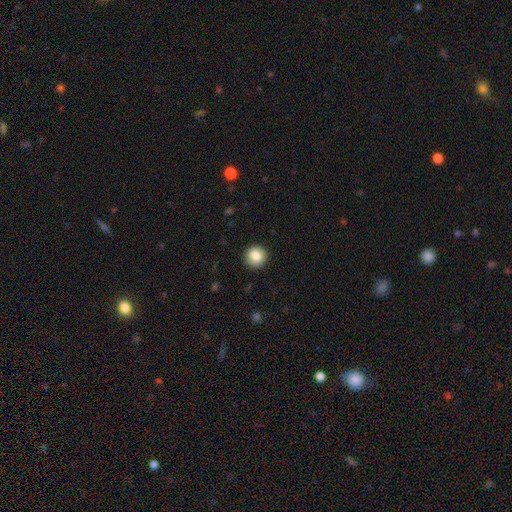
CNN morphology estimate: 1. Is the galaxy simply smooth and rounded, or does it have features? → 85% smooth, 9% star or artifact, 6% featured or disk.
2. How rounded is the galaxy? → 92% round, 7% in between, 1% cigar-shaped.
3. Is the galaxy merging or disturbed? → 91% none, 6% minor disturbance, 2% major disturbance, 1% merger.